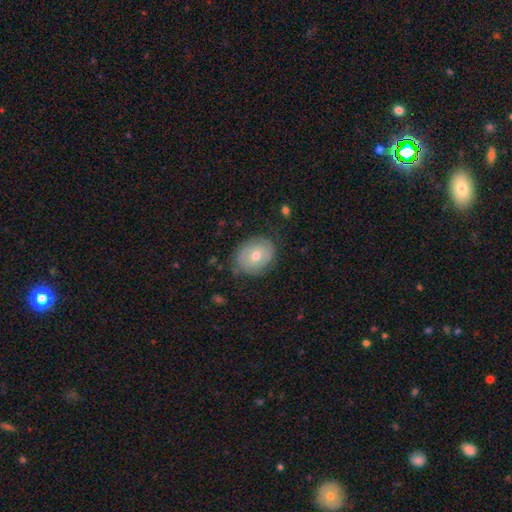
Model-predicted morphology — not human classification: Q: Smooth or featured?
A: smooth (51%); runner-up: featured or disk (42%)
Q: How rounded?
A: in between (56%); runner-up: round (43%)
Q: Merging?
A: none (73%); runner-up: minor disturbance (20%)